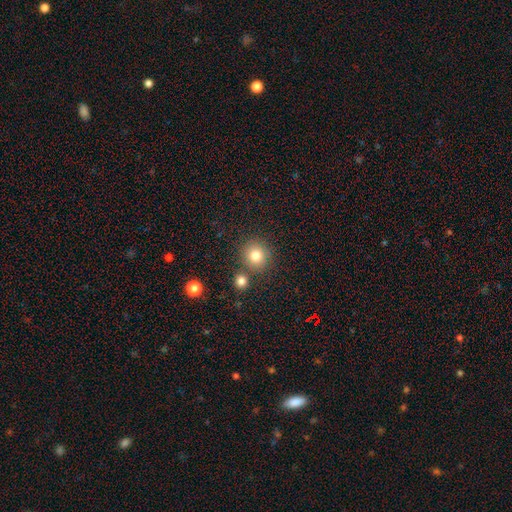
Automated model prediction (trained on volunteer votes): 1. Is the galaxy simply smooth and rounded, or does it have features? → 82% smooth, 11% star or artifact, 7% featured or disk.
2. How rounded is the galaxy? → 90% round, 9% in between, 1% cigar-shaped.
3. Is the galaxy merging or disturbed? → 78% none, 11% merger, 8% minor disturbance, 3% major disturbance.